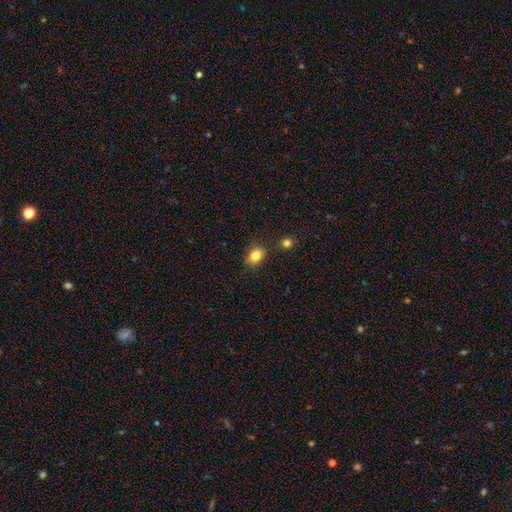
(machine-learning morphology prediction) smooth-or-featured: smooth: 82% | star or artifact: 10% | featured or disk: 8%
  how-rounded: in between: 62% | round: 37% | cigar-shaped: 1%
  merging: none: 78% | minor disturbance: 14% | merger: 4% | major disturbance: 3%